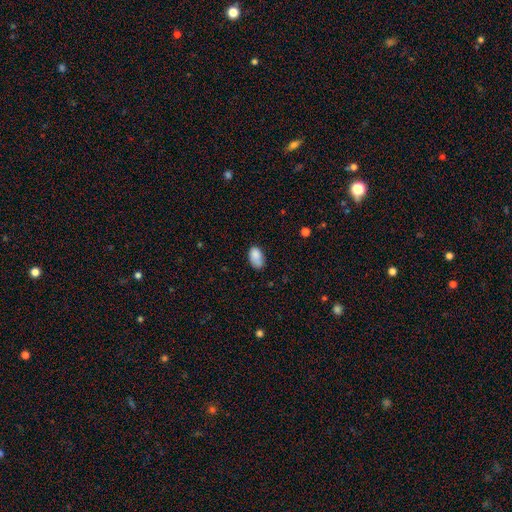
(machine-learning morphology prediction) smooth 83%, featured or disk 9%, star or artifact 8%. Down the decision tree: how rounded — in between (91%); merging — none (58%).